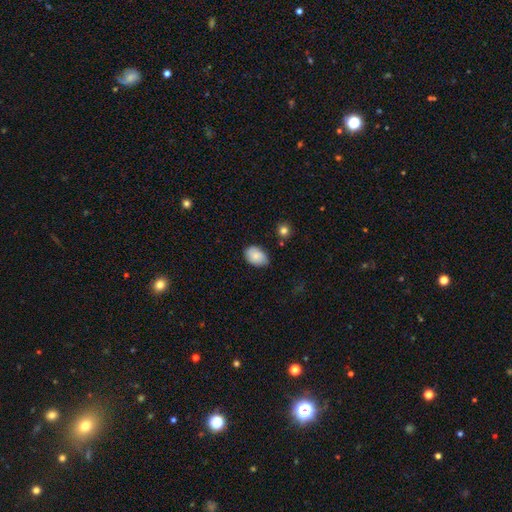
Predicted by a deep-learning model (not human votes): This is clearly a smooth galaxy (84%). How rounded: clearly in between (85%). Merging: likely none (73%).